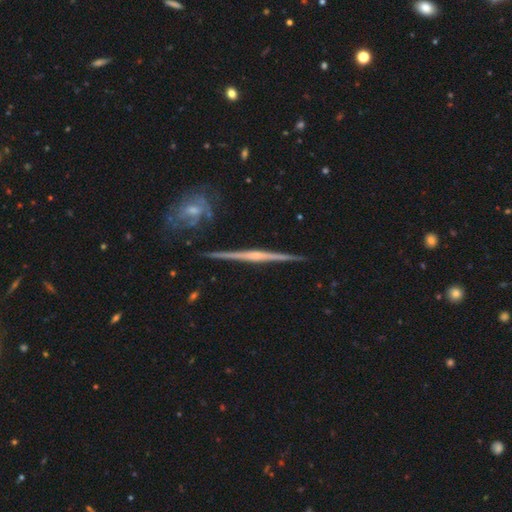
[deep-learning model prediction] This appears to be a featured or disk galaxy (83%) viewed edge-on (98%) with a rounded central bulge (60%). Merging: none (89%).